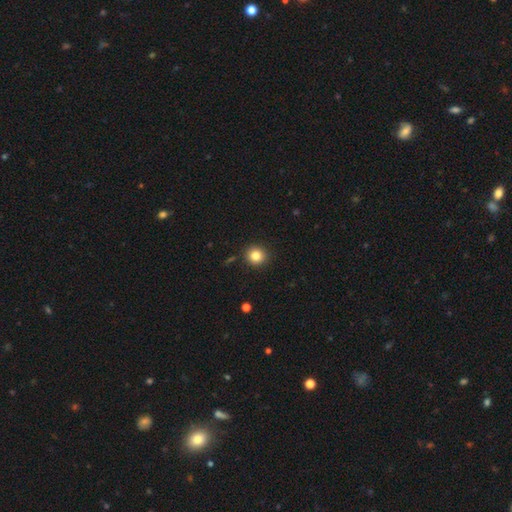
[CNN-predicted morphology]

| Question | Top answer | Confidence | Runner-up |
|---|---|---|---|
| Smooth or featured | smooth | 83% | star or artifact (11%) |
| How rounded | round | 91% | in between (8%) |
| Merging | none | 91% | minor disturbance (6%) |